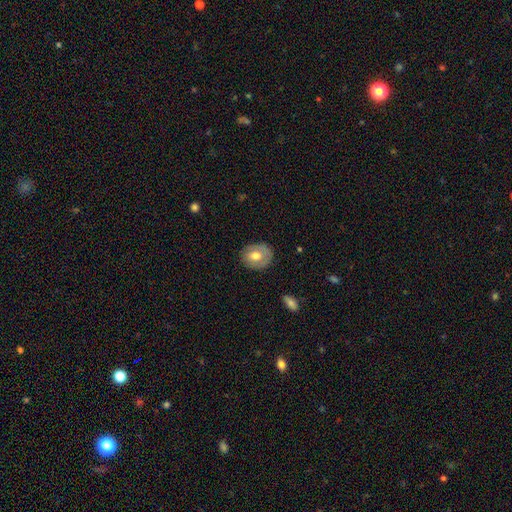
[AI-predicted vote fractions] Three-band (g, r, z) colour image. It shows a smooth galaxy with no disk features (62%) that is round (56%). Merging: none (80%).